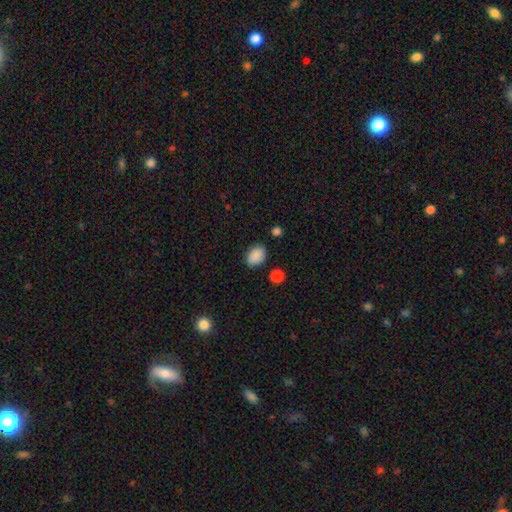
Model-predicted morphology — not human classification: Q: Smooth or featured?
A: smooth (88%); runner-up: star or artifact (8%)
Q: How rounded?
A: in between (77%); runner-up: round (21%)
Q: Merging?
A: none (83%); runner-up: minor disturbance (12%)